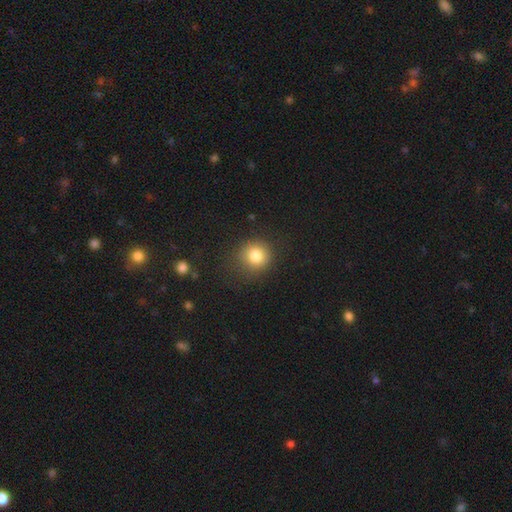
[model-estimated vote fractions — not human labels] A smooth galaxy with no disk features (82%) that is round (86%). Merging: none (81%).